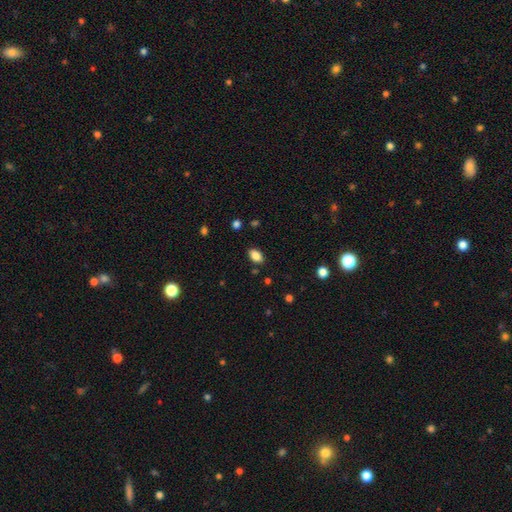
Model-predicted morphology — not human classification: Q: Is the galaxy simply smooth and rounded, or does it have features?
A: smooth — 86%.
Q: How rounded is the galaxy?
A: in between — 90%.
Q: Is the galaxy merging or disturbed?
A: none — 85%.